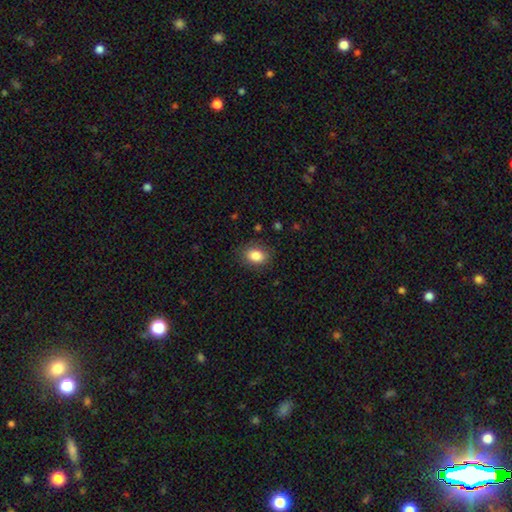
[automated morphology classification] Smooth or featured: smooth — 86% (star or artifact — 8%)
How rounded: in between — 73% (round — 26%)
Merging: none — 85% (minor disturbance — 11%)